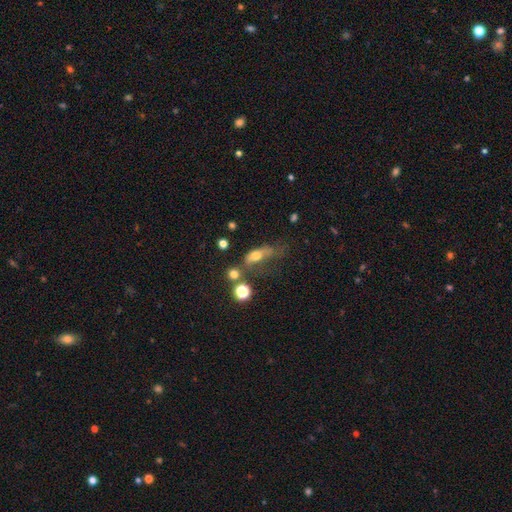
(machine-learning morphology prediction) smooth_or_featured: smooth (p=0.61) [alt: featured or disk p=0.25]
how_rounded: in between (p=0.65) [alt: cigar-shaped p=0.20]
merging: major disturbance (p=0.36) [alt: none p=0.26]